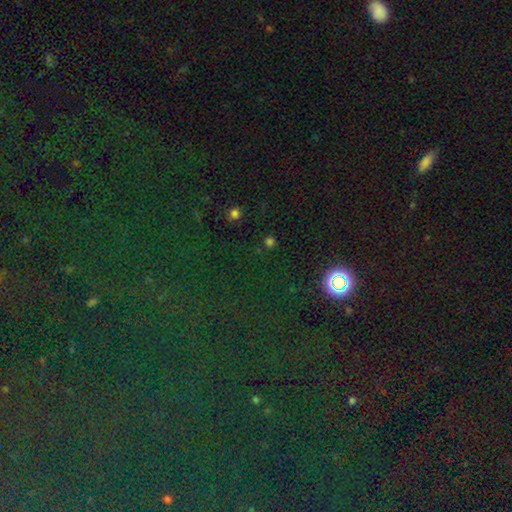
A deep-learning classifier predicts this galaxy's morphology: Smooth or featured?
  - star or artifact: 78% *
  - smooth: 15%
  - featured or disk: 8%